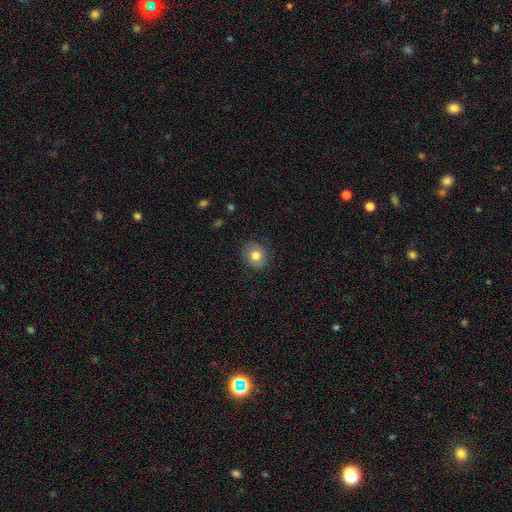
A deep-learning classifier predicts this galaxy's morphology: Smooth or featured?
  - smooth: 77% *
  - featured or disk: 14%
  - star or artifact: 9%
How rounded?
  - round: 67% *
  - in between: 32%
  - cigar-shaped: 1%
Merging?
  - none: 85% *
  - minor disturbance: 11%
  - major disturbance: 3%
  - merger: 1%